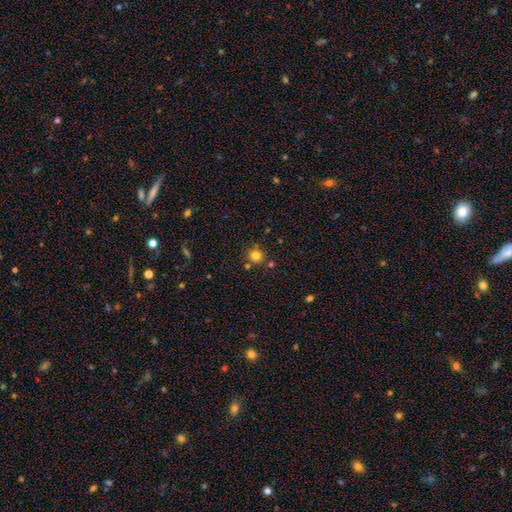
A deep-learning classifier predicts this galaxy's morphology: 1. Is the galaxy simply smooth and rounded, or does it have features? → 79% smooth, 15% star or artifact, 6% featured or disk.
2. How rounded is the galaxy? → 91% round, 8% in between, 1% cigar-shaped.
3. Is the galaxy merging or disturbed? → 79% none, 10% merger, 8% minor disturbance, 3% major disturbance.